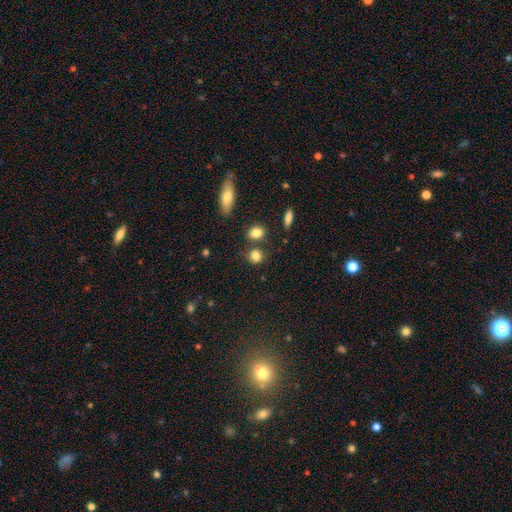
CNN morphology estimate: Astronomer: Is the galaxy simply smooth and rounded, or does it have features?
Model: smooth — 83%.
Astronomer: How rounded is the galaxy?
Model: round — 73%.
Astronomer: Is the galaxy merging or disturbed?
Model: none — 70%.